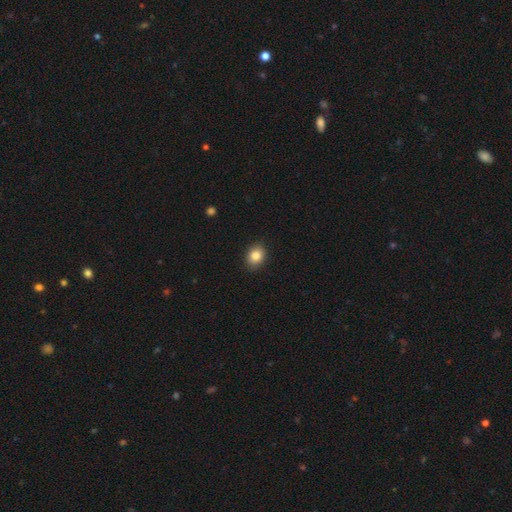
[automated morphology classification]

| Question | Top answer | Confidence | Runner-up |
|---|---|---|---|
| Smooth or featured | smooth | 85% | star or artifact (9%) |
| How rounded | in between | 56% | round (43%) |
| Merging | none | 89% | minor disturbance (8%) |